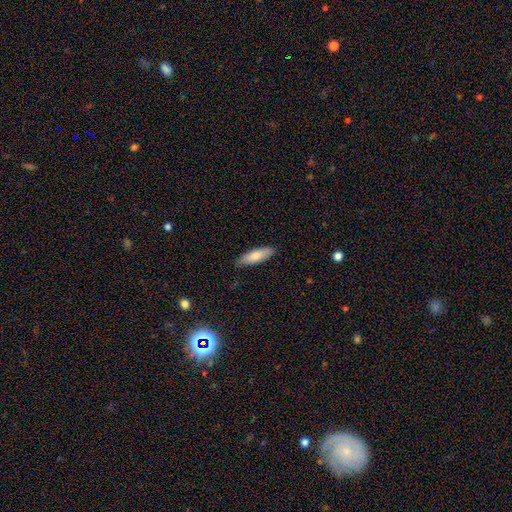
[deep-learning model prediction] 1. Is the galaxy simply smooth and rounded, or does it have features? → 74% smooth, 20% featured or disk, 6% star or artifact.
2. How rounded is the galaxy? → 53% in between, 45% cigar-shaped, 2% round.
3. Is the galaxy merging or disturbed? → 86% none, 11% minor disturbance, 2% major disturbance, 1% merger.